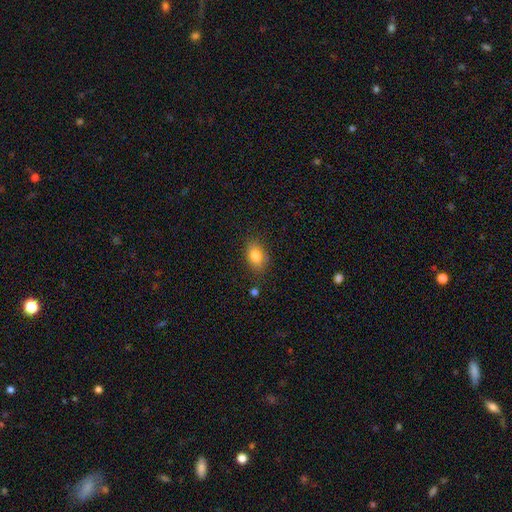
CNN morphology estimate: The model was most divided on "how rounded": in between: 77%, round: 21%, cigar-shaped: 2%. More confident: smooth or featured — smooth (82%); merging — none (80%).